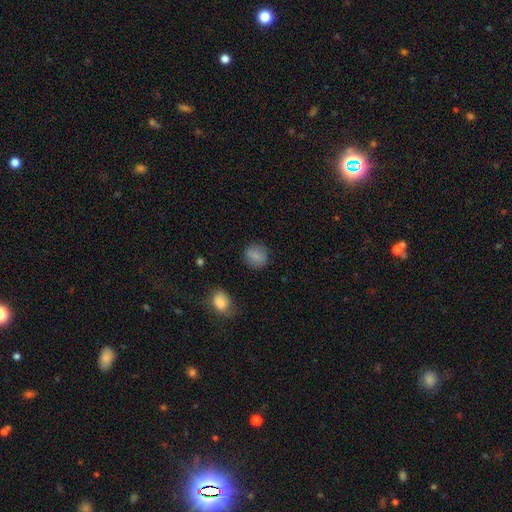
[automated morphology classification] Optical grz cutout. It shows a smooth galaxy with no disk features (81%) that is round (73%). Merging: none (83%).